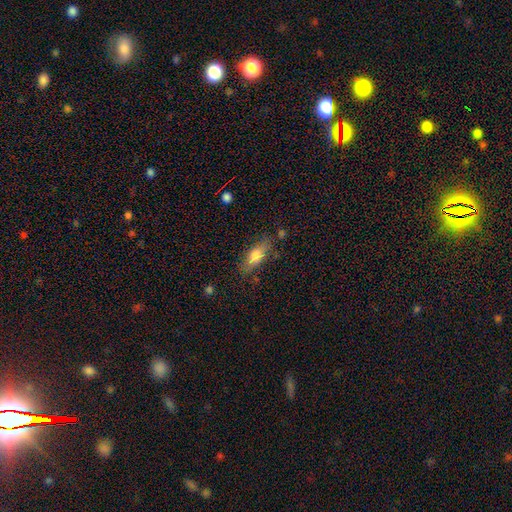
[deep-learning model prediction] Smooth or featured: smooth — 72% (featured or disk — 21%)
How rounded: in between — 69% (cigar-shaped — 27%)
Merging: none — 74% (minor disturbance — 18%)